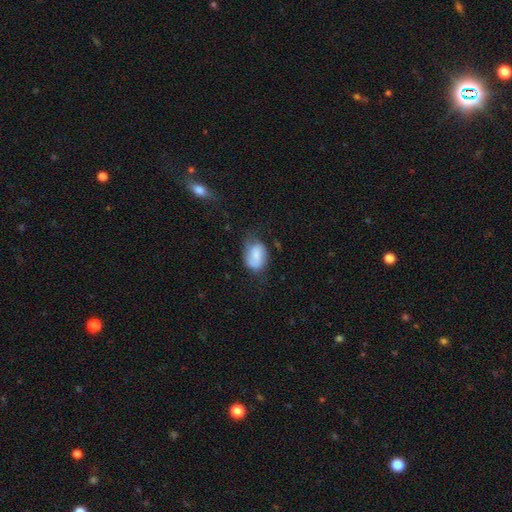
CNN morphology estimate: Smooth or featured? Predicted: smooth (p=0.62). How rounded? Predicted: in between (p=0.78). Merging? Predicted: none (p=0.46).